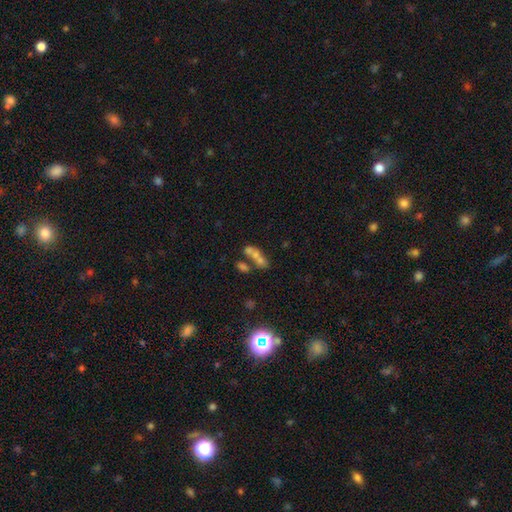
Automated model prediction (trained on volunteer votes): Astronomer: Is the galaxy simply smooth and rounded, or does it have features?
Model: smooth — 54% (runner-up: featured or disk, 30%).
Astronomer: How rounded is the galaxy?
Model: in between — 69%.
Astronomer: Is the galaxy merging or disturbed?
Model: merger — 60%.